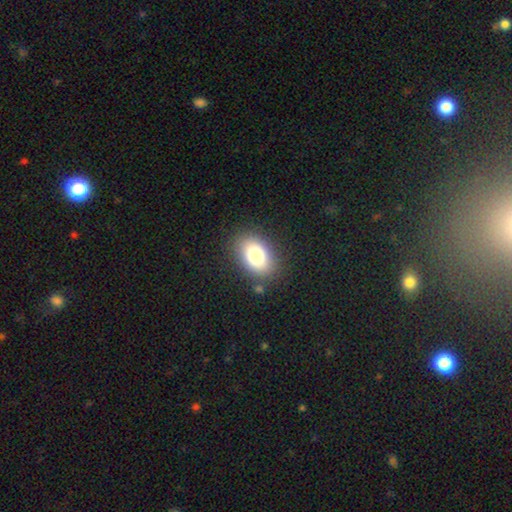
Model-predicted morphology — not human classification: type=smooth (81%); roundness=in between (83%); merging=none (84%).